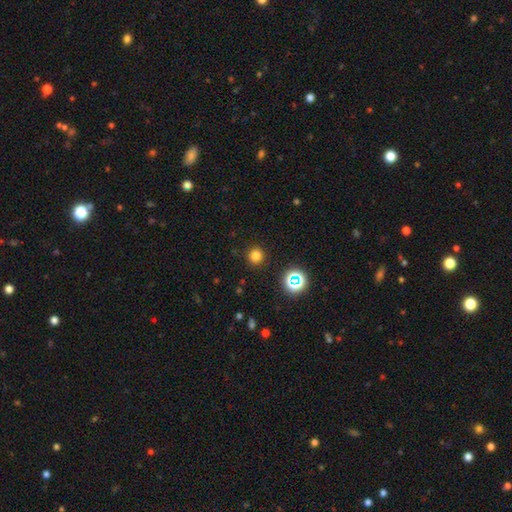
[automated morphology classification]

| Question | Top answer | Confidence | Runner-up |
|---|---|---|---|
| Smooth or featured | smooth | 77% | star or artifact (18%) |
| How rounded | round | 94% | in between (5%) |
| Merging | none | 90% | minor disturbance (6%) |